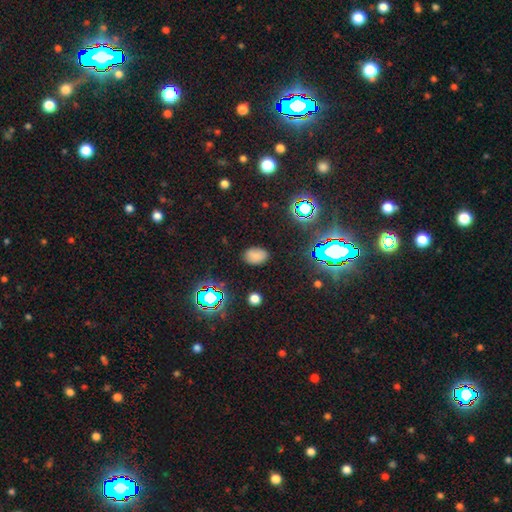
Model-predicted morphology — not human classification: Smooth or featured? Predicted: smooth (p=0.73). How rounded? Predicted: in between (p=0.85). Merging? Predicted: none (p=0.84).